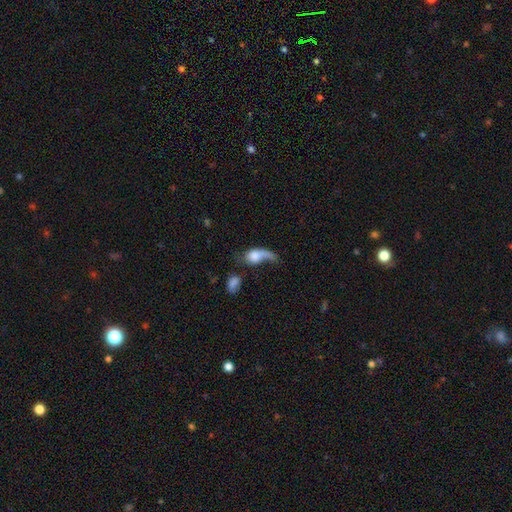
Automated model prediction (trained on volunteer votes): smooth 58%, featured or disk 33%, star or artifact 9%. Down the decision tree: how rounded — in between (67%); merging — major disturbance (49%).